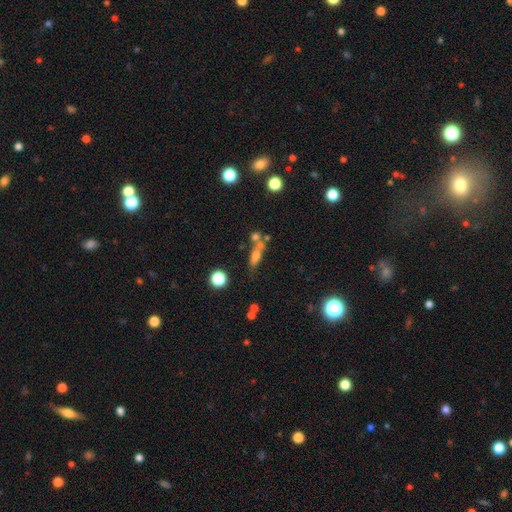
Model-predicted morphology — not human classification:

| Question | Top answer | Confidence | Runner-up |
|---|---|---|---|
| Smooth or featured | smooth | 60% | featured or disk (25%) |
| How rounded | in between | 50% | cigar-shaped (37%) |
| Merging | none | 43% | merger (34%) |